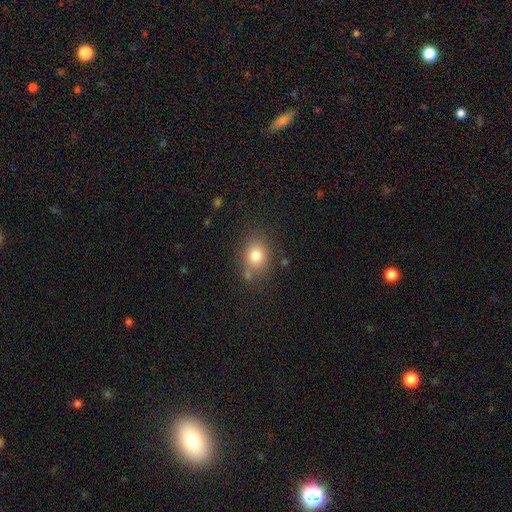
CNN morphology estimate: The model was most divided on "how rounded": round: 58%, in between: 41%, cigar-shaped: 1%. More confident: smooth or featured — smooth (80%); merging — none (73%).